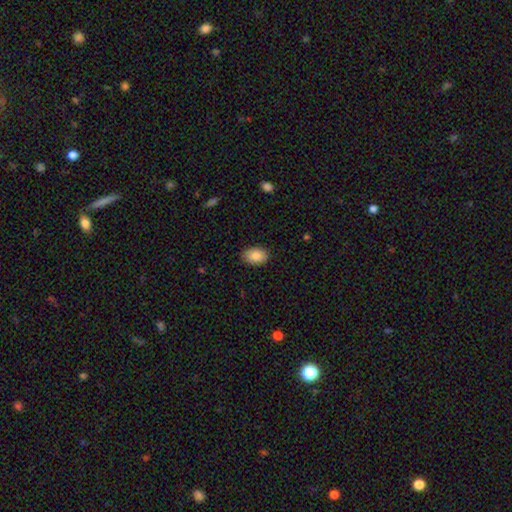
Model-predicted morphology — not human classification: This is clearly a smooth galaxy (86%). How rounded: clearly in between (87%). Merging: clearly none (87%).